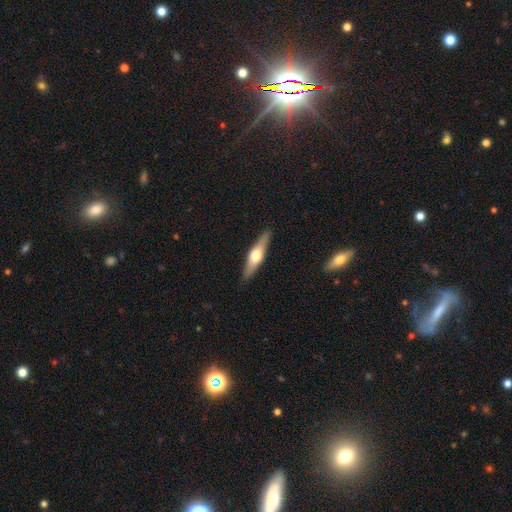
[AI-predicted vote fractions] This appears to be a featured or disk galaxy (60%) viewed edge-on (95%) with a rounded central bulge (94%). Merging: none (90%).